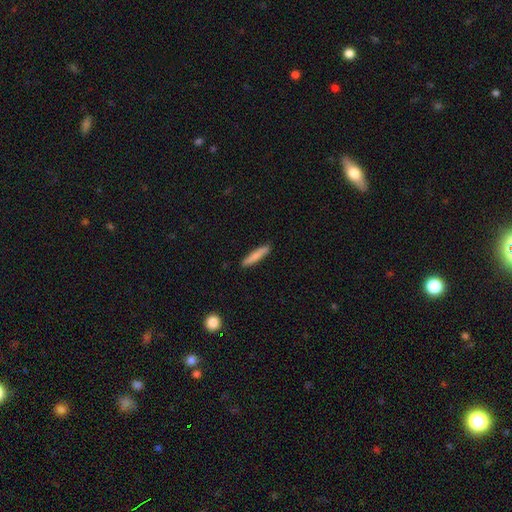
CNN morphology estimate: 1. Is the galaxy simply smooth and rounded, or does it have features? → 77% smooth, 18% featured or disk, 6% star or artifact.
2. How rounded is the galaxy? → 91% cigar-shaped, 8% in between, 1% round.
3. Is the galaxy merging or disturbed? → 89% none, 8% minor disturbance, 2% major disturbance, 1% merger.